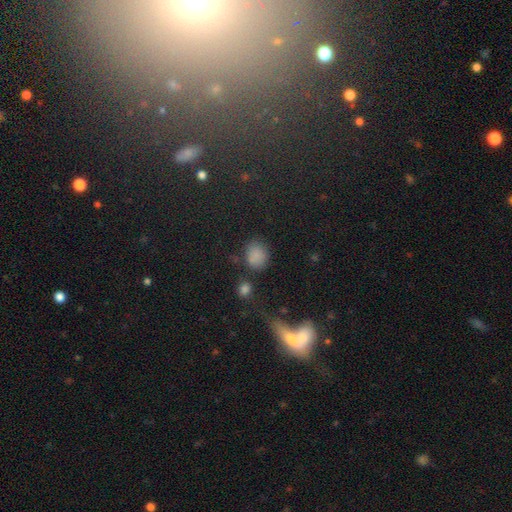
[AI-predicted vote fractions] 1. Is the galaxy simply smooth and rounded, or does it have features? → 77% smooth, 17% star or artifact, 6% featured or disk.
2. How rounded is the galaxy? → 53% round, 45% in between, 2% cigar-shaped.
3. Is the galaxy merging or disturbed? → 71% none, 16% minor disturbance, 7% major disturbance, 6% merger.